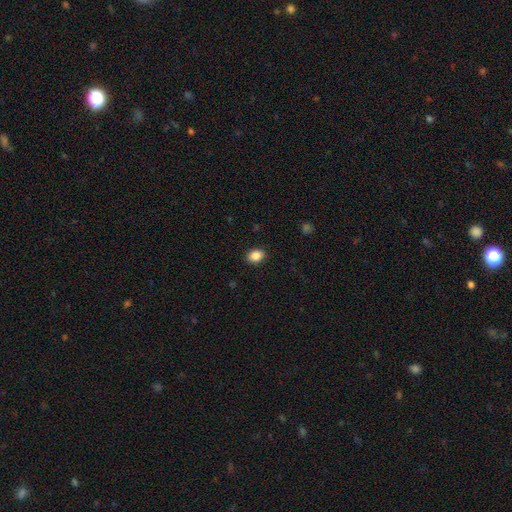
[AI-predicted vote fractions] Q: Smooth or featured?
A: smooth (88%); runner-up: star or artifact (9%)
Q: How rounded?
A: in between (59%); runner-up: round (40%)
Q: Merging?
A: none (90%); runner-up: minor disturbance (7%)